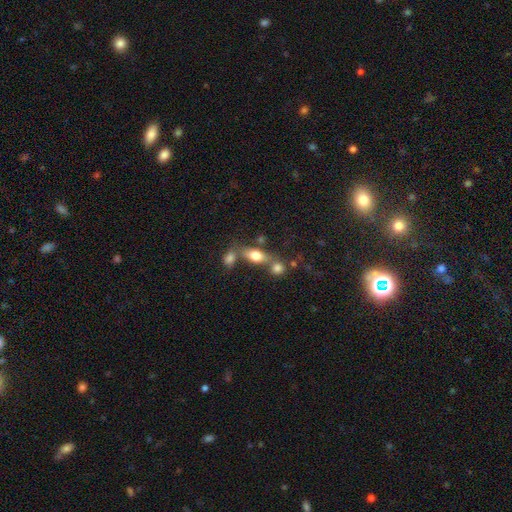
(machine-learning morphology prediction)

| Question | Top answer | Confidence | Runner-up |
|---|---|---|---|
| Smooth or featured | smooth | 73% | featured or disk (18%) |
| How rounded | in between | 74% | cigar-shaped (13%) |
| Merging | none | 48% | merger (33%) |